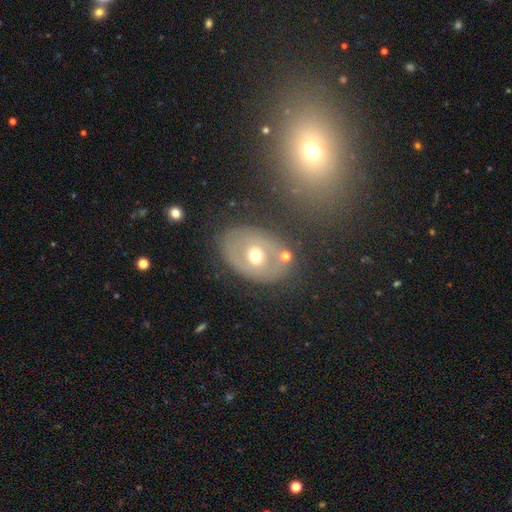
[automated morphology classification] This is possibly a featured or disk galaxy (53%). It is clearly not viewed edge-on (92%). Merging: likely none (72%).